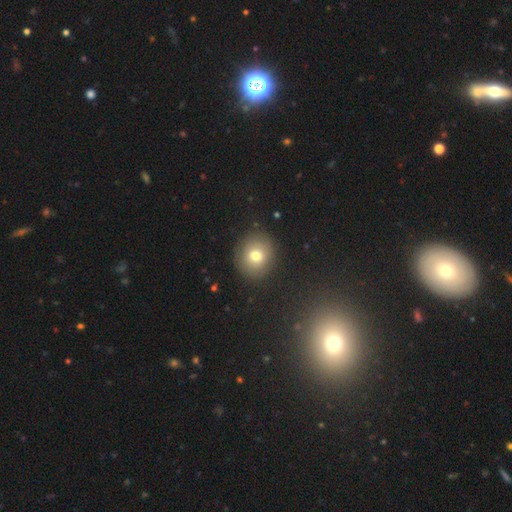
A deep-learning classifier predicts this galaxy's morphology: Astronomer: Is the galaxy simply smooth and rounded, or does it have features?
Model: smooth — 73%.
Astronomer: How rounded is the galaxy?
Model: round — 79%.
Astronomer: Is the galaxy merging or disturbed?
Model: none — 86%.